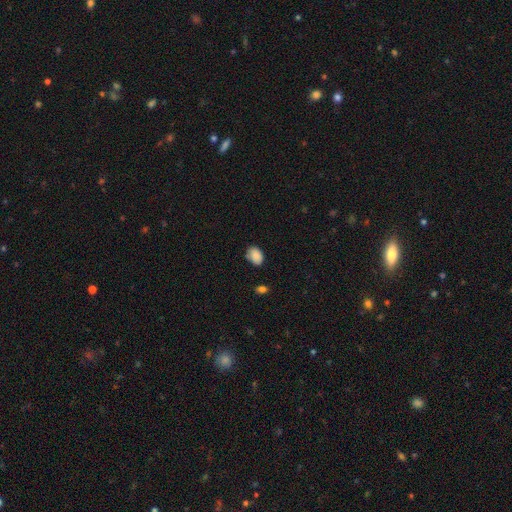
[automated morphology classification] The model was most divided on "merging": none: 71%, minor disturbance: 22%, major disturbance: 4%, merger: 2%. More confident: smooth or featured — smooth (87%); how rounded — in between (76%).